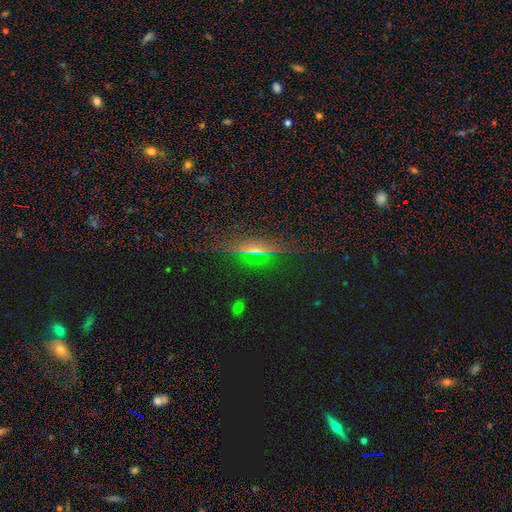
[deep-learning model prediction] A featured or disk galaxy (37%). Merging: none (84%).